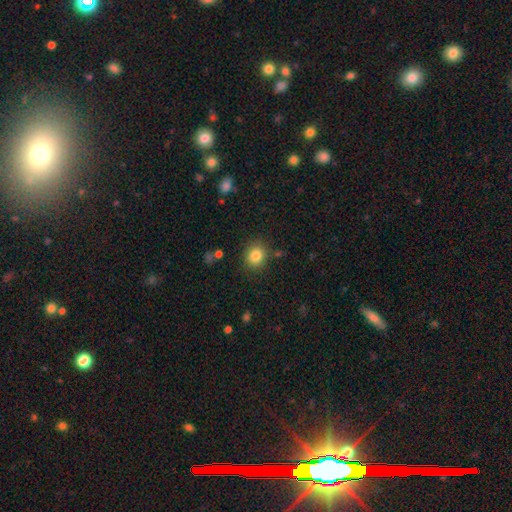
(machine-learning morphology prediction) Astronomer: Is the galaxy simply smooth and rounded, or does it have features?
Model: smooth — 84%.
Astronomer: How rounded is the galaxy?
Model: round — 77%.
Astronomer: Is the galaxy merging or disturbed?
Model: none — 84%.